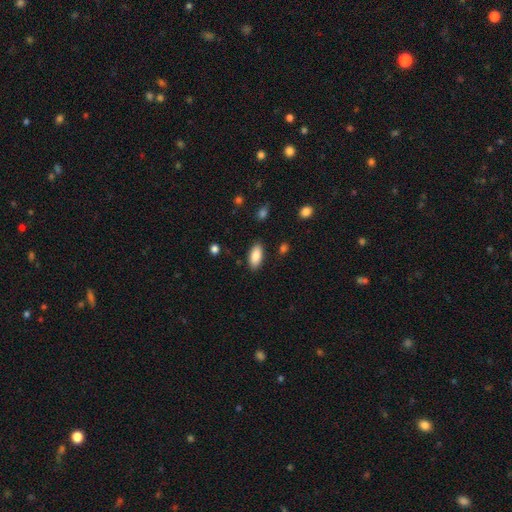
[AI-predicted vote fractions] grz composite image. It shows a smooth galaxy with no disk features (87%) that is in between round and cigar-shaped (88%). Merging: none (86%).